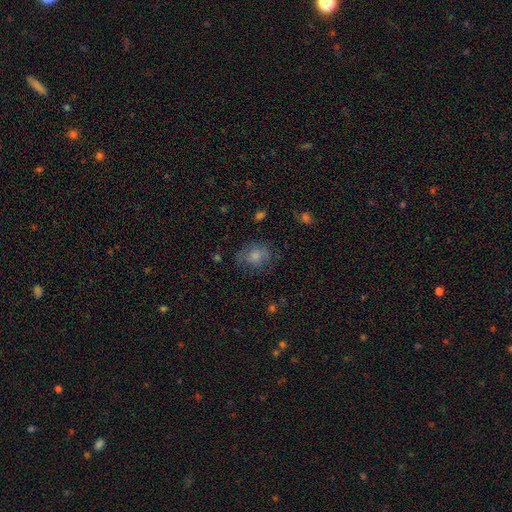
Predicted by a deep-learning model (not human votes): Overall: smooth (72%). How rounded: round (56%; in between 43%). Merging: none (63%).